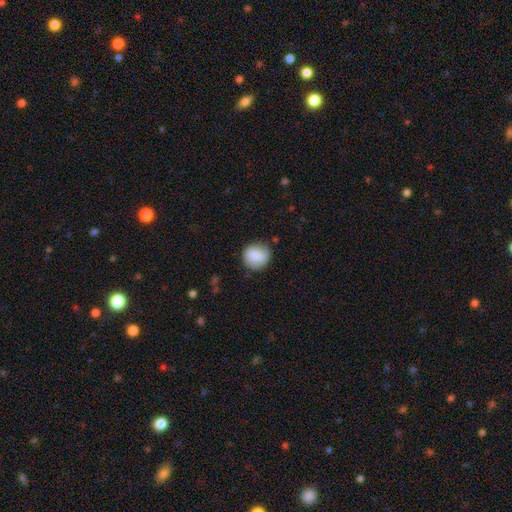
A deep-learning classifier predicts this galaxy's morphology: Smooth or featured? smooth (81%)
How rounded? round (85%)
Merging? none (78%)